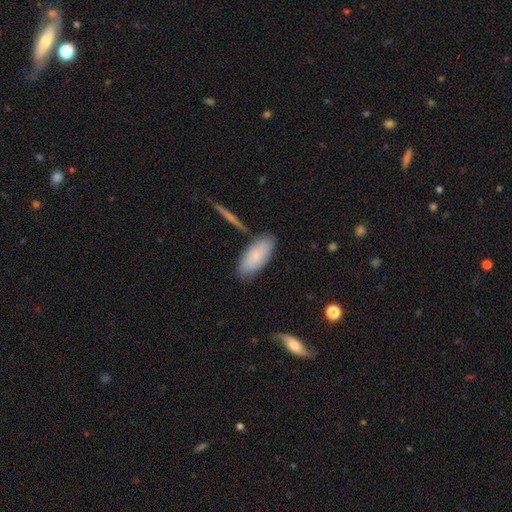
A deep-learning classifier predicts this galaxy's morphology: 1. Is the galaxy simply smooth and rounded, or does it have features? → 78% smooth, 15% featured or disk, 6% star or artifact.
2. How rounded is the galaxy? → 87% in between, 11% cigar-shaped, 2% round.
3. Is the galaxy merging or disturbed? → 74% none, 16% minor disturbance, 7% merger, 4% major disturbance.